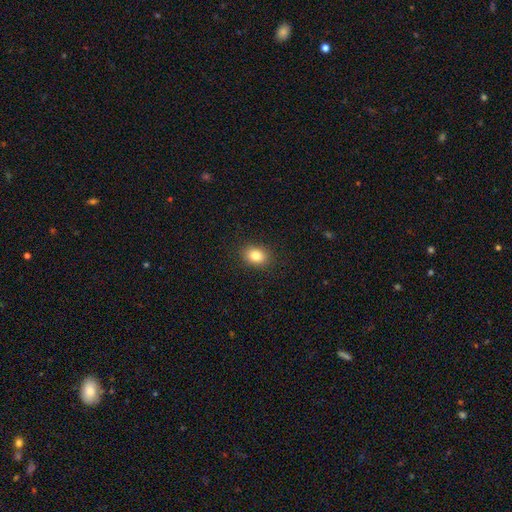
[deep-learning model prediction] Smooth or featured?
  - smooth: 83% *
  - star or artifact: 10%
  - featured or disk: 7%
How rounded?
  - in between: 58% *
  - round: 41%
  - cigar-shaped: 1%
Merging?
  - none: 89% *
  - minor disturbance: 8%
  - major disturbance: 2%
  - merger: 1%